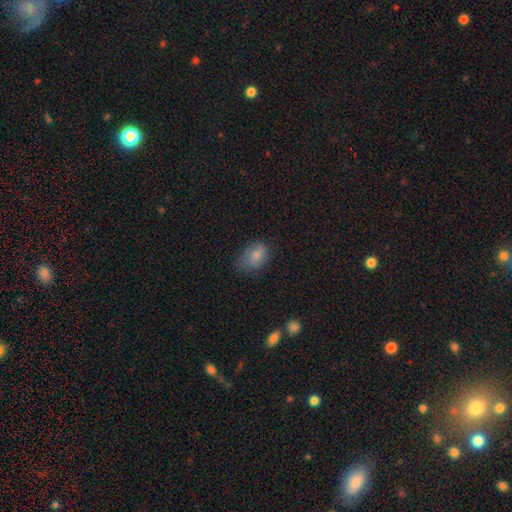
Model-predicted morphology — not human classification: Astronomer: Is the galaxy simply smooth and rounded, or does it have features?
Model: smooth — 78%.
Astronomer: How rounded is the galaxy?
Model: in between — 80%.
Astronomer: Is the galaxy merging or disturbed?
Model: none — 55% (runner-up: minor disturbance, 31%).